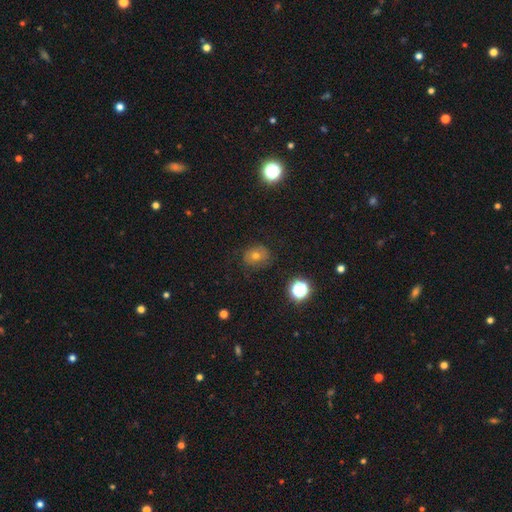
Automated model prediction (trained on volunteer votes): smooth 47%, featured or disk 28%, star or artifact 26%. Down the decision tree: merging — none (75%).